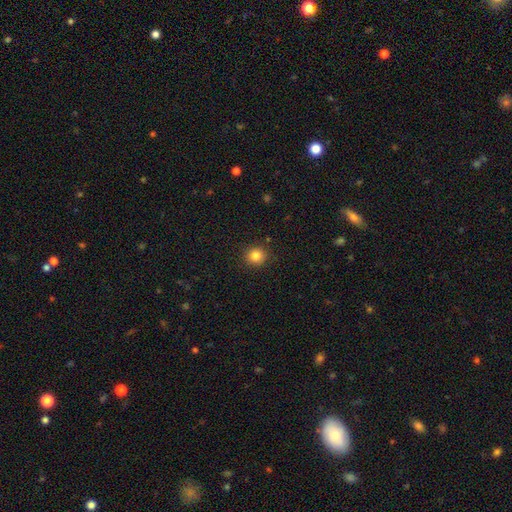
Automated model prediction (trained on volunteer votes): The model was most divided on "smooth or featured": smooth: 83%, star or artifact: 12%, featured or disk: 5%. More confident: how rounded — round (91%); merging — none (91%).